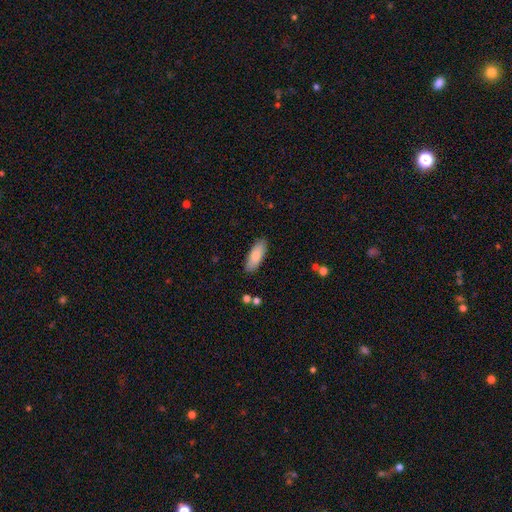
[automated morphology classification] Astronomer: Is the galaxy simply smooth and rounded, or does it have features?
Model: smooth — 78%.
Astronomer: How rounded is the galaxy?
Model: in between — 74%.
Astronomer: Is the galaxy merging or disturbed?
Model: none — 87%.